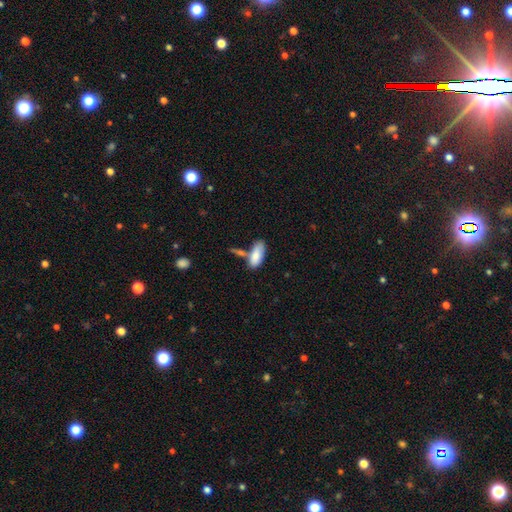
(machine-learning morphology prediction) smooth_or_featured: smooth (p=0.83) [alt: featured or disk p=0.11]
how_rounded: in between (p=0.83) [alt: cigar-shaped p=0.15]
merging: none (p=0.47) [alt: merger p=0.26]